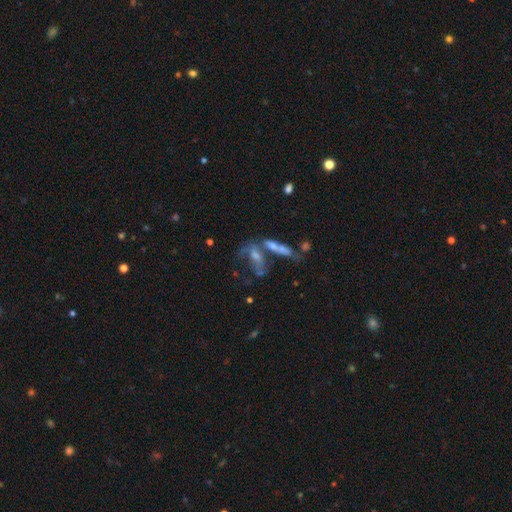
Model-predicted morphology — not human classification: Smooth or featured? featured or disk (48%)
Merging? merger (45%)